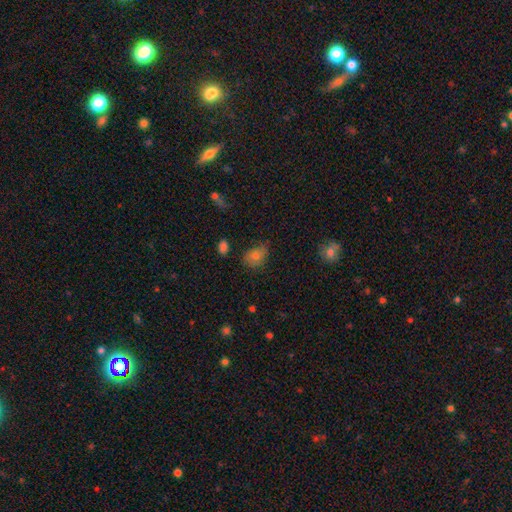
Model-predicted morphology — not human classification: This is likely a smooth galaxy (73%). How rounded: likely in between (67%). Merging: likely none (62%).